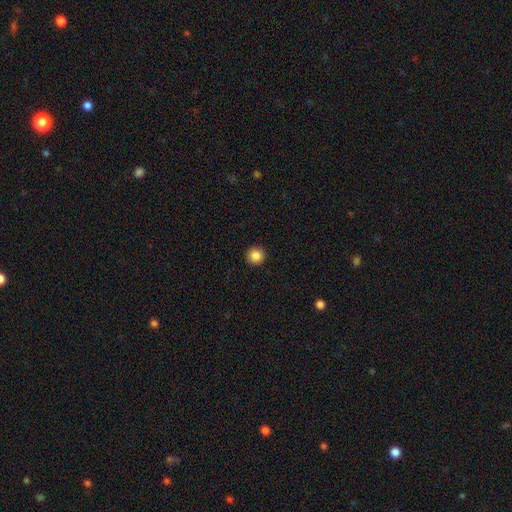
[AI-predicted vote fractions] This is clearly a smooth galaxy (87%). How rounded: clearly round (96%). Merging: clearly none (93%).